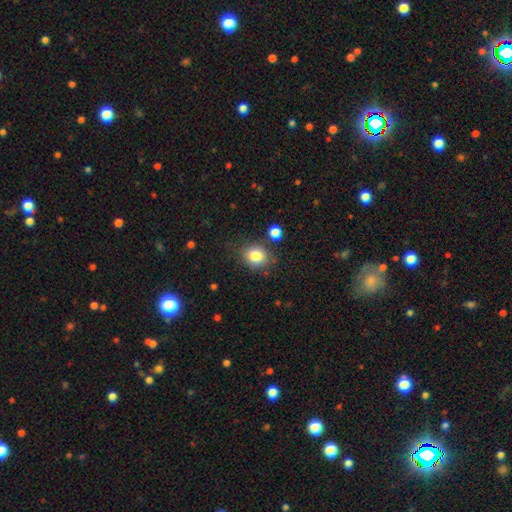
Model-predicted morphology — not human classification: The model was most divided on "how rounded": round: 73%, in between: 26%, cigar-shaped: 1%. More confident: smooth or featured — smooth (83%); merging — none (79%).